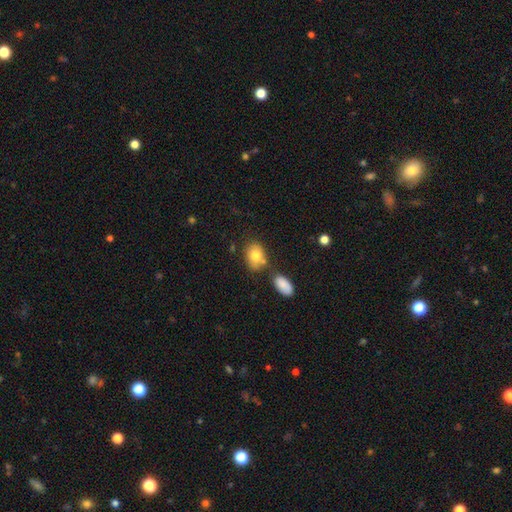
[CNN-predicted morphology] Smooth or featured: smooth — 80% (featured or disk — 12%)
How rounded: in between — 73% (round — 26%)
Merging: none — 59% (merger — 19%)